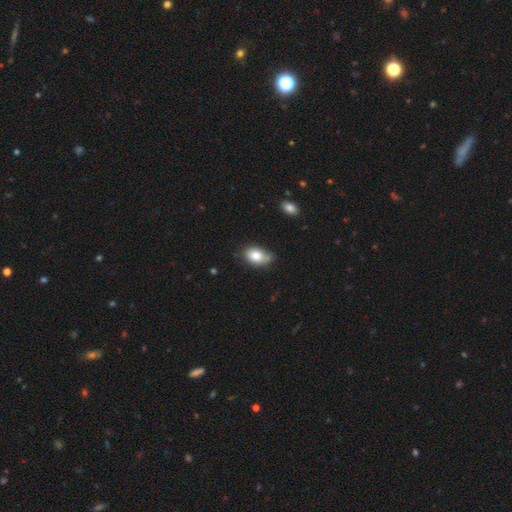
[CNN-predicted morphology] type=smooth (80%); roundness=in between (84%); merging=none (58%).